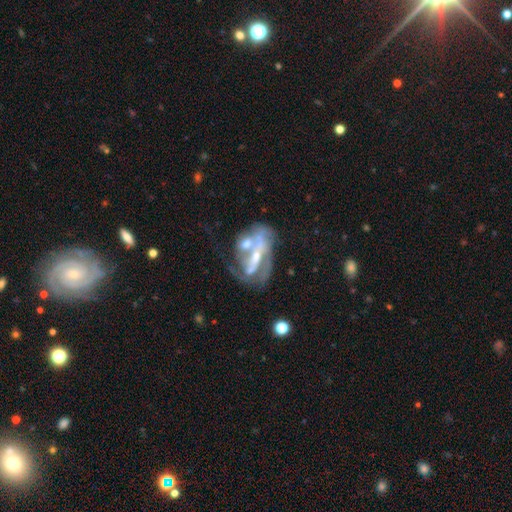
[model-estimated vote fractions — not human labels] Smooth or featured: featured or disk — 76% (smooth — 16%)
Edge-on disk: no — 89% (yes — 11%)
Bar: strong — 38% (no — 33%)
Spiral arms: yes — 69% (no — 31%)
Bulge size: small — 46% (moderate — 43%)
Merging: merger — 39% (none — 26%)